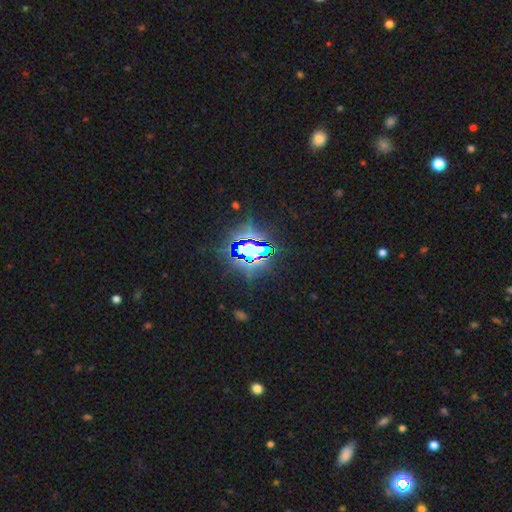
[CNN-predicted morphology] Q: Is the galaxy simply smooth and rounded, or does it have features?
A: star or artifact — 79%.